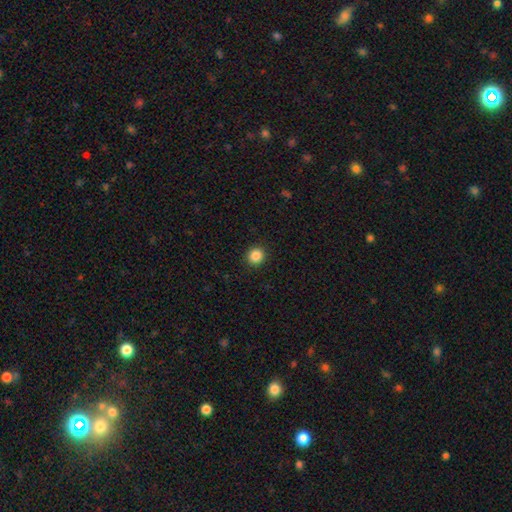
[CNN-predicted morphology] smooth_or_featured: smooth (p=0.86) [alt: star or artifact p=0.11]
how_rounded: round (p=0.91) [alt: in between p=0.08]
merging: none (p=0.92) [alt: minor disturbance p=0.05]